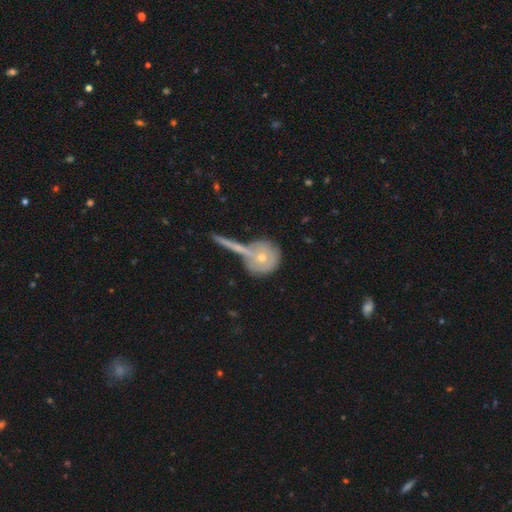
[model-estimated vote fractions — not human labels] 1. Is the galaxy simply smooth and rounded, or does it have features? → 50% featured or disk, 32% smooth, 17% star or artifact.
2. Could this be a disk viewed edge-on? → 76% no, 24% yes.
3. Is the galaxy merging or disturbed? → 46% none, 33% merger, 13% minor disturbance, 9% major disturbance.